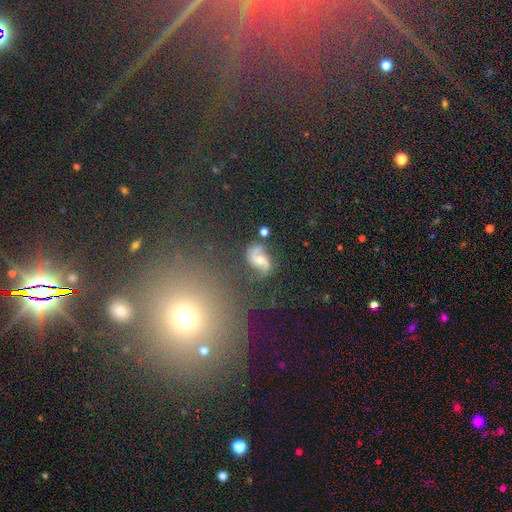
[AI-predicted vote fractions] A star or artifact, not a galaxy (45%).

Vote fractions:
- Smooth or featured? star or artifact: 45% / smooth: 43% / featured or disk: 13%